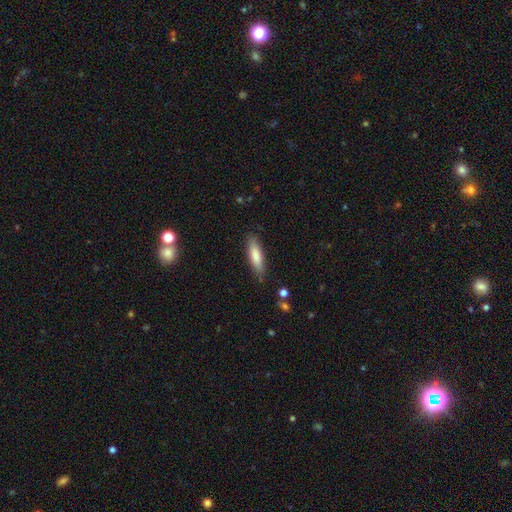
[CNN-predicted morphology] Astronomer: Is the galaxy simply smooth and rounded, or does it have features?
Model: smooth — 80%.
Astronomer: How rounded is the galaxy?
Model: cigar-shaped — 64%.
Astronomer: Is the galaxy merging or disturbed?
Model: none — 84%.